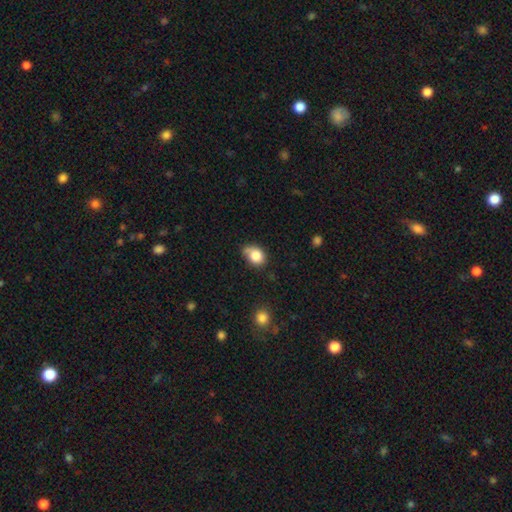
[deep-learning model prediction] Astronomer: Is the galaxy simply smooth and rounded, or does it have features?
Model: smooth — 83%.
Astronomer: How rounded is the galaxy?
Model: in between — 56% (runner-up: round, 43%).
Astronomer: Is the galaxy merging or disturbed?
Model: none — 50% (runner-up: minor disturbance, 35%).